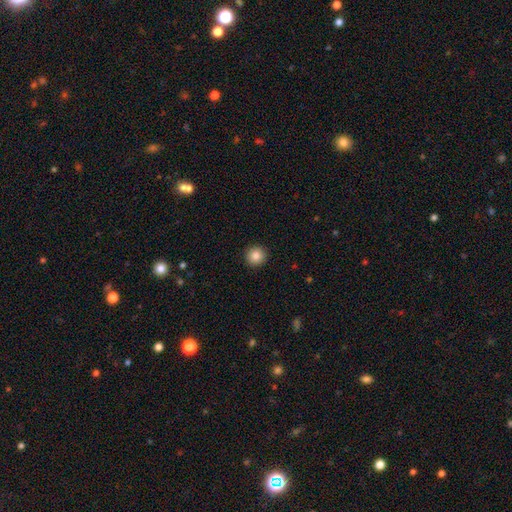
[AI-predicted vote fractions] A smooth galaxy with no disk features (86%) that is round (94%). Merging: none (93%).